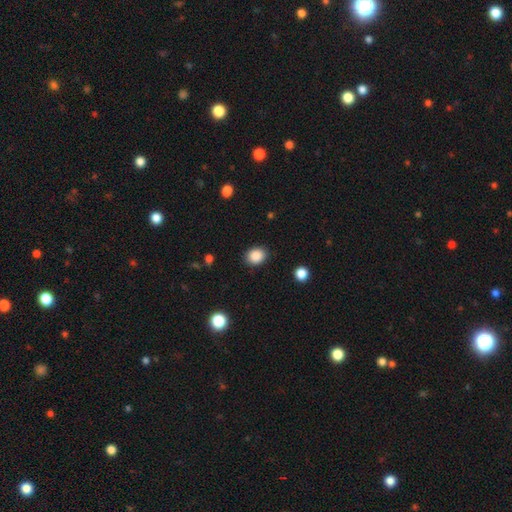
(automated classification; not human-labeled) smooth 88%, star or artifact 9%, featured or disk 3%. Down the decision tree: how rounded — round (55%); merging — none (87%).